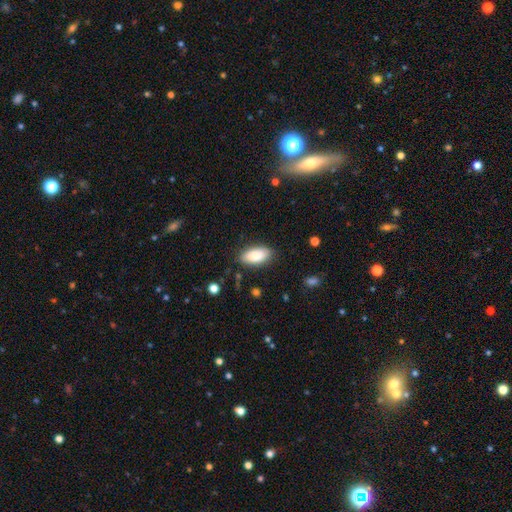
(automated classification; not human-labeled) smooth_or_featured: smooth (p=0.86) [alt: featured or disk p=0.07]
how_rounded: in between (p=0.91) [alt: cigar-shaped p=0.06]
merging: none (p=0.84) [alt: minor disturbance p=0.12]